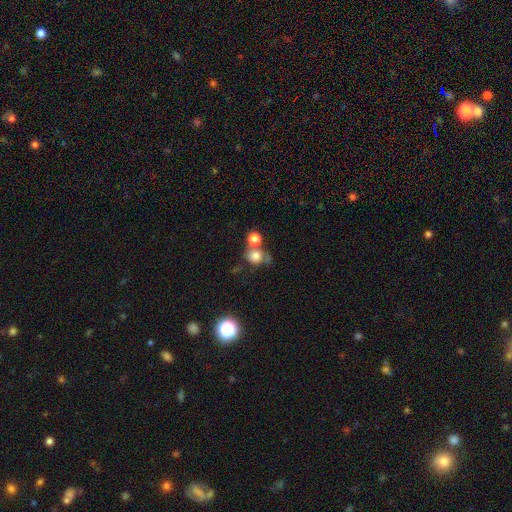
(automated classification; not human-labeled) Morphology: type=smooth (73%); roundness=round (82%); merging=none (44%).